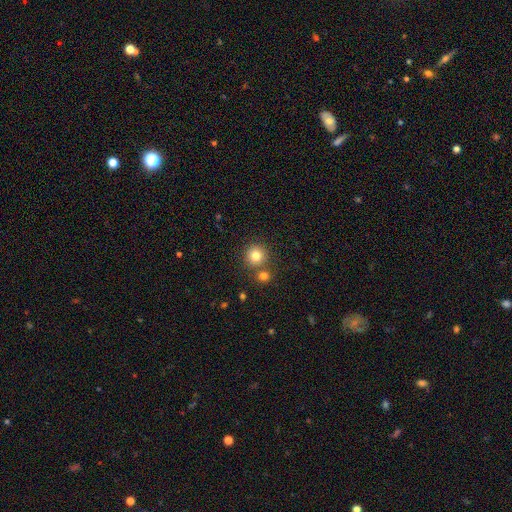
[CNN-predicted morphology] Overall: smooth (81%). How rounded: round (92%). Merging: none (74%).